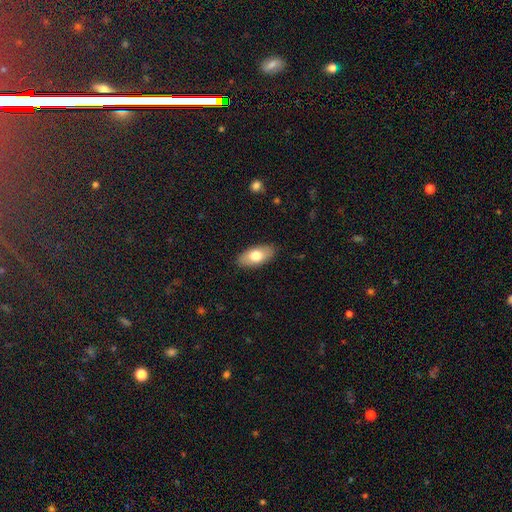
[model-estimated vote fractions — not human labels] This appears to be a smooth galaxy with no disk features (74%) that is in between round and cigar-shaped (91%). Merging: none (88%).